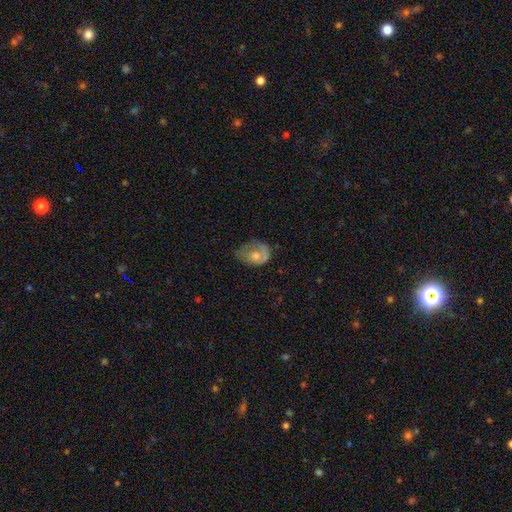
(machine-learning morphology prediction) A smooth galaxy with no disk features (52%) that is in between round and cigar-shaped (67%). Merging: major disturbance (35%).